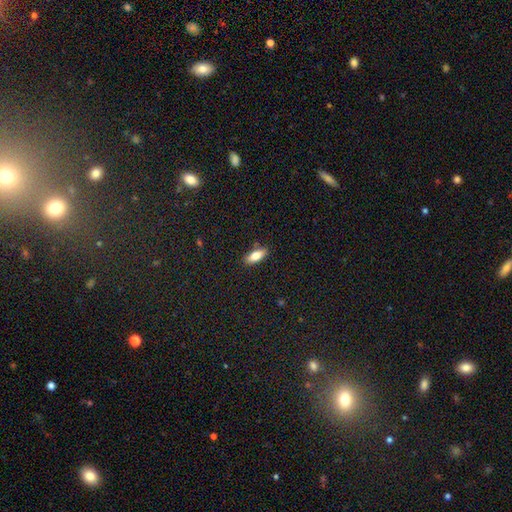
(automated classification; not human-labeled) This appears to be a smooth galaxy with no disk features (75%) that is in between round and cigar-shaped (74%). Merging: none (87%).